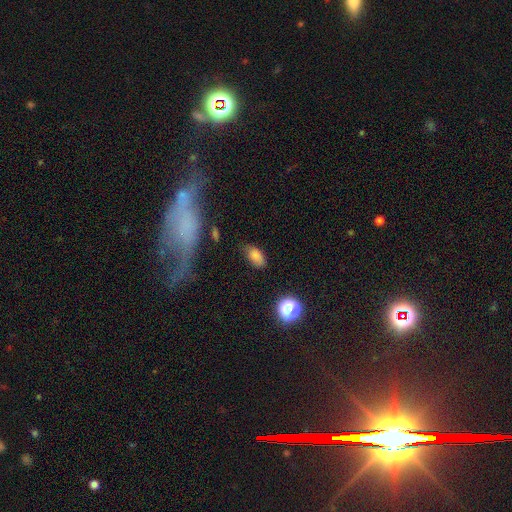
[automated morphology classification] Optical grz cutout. It shows a smooth galaxy with no disk features (80%) that is in between round and cigar-shaped (90%). Merging: none (63%).